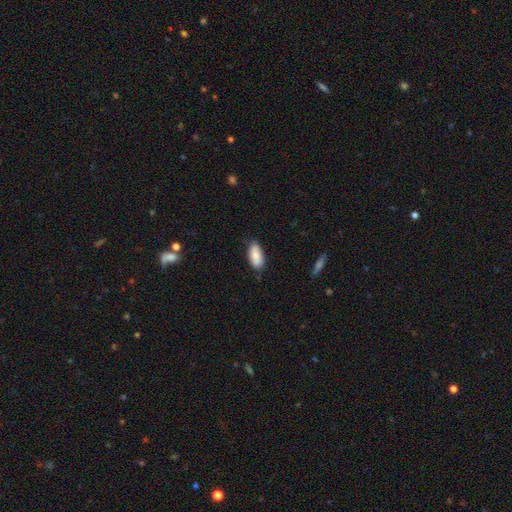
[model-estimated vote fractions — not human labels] Morphology: type=smooth (83%); roundness=in between (90%); merging=none (73%).